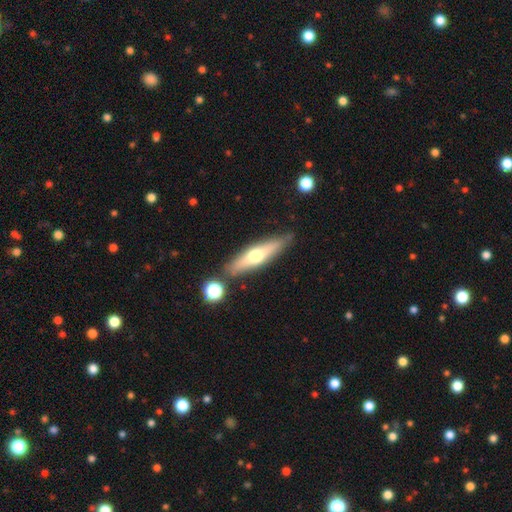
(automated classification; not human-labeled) smooth-or-featured: featured or disk: 48% | smooth: 45% | star or artifact: 6%
  merging: none: 80% | minor disturbance: 12% | merger: 5% | major disturbance: 3%